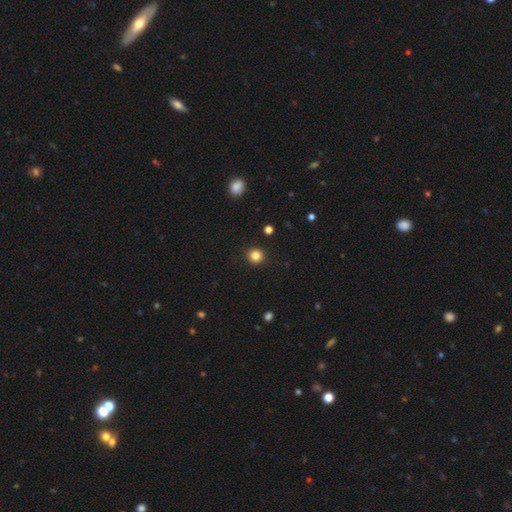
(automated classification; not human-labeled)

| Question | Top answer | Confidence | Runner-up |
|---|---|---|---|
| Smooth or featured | smooth | 84% | star or artifact (12%) |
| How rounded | round | 93% | in between (6%) |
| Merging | none | 92% | minor disturbance (5%) |